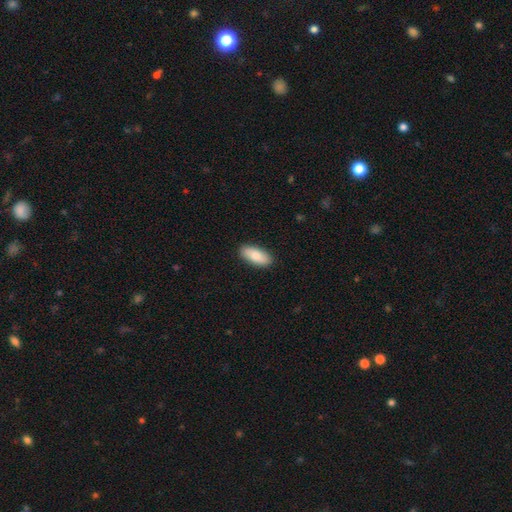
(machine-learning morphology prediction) smooth 83%, featured or disk 11%, star or artifact 6%. Down the decision tree: how rounded — in between (86%); merging — none (89%).